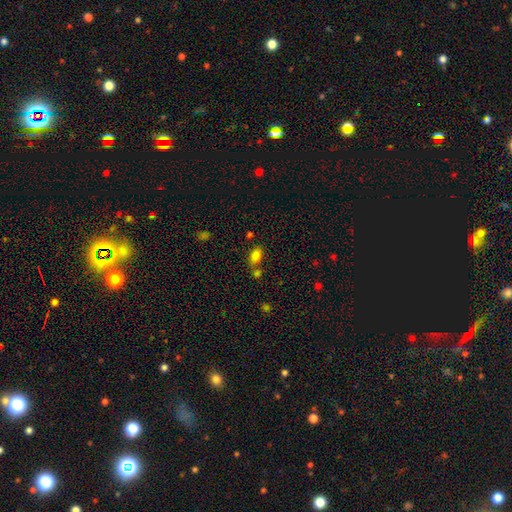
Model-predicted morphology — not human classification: type=smooth (82%); roundness=in between (87%); merging=none (61%).